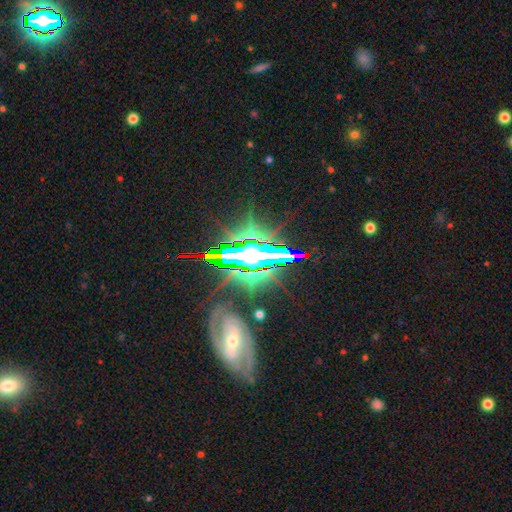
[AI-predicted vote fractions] A star or artifact, not a galaxy (61%).

Vote fractions:
- Smooth or featured? star or artifact: 61% / featured or disk: 24% / smooth: 15%